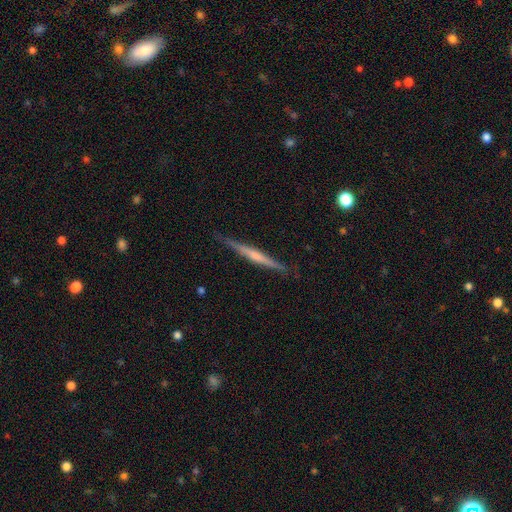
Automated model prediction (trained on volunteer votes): Overall: featured or disk (65%; smooth 30%). Edge-on disk: yes (98%). Edge-on bulge: rounded (45%; none 42%). Merging: none (87%).